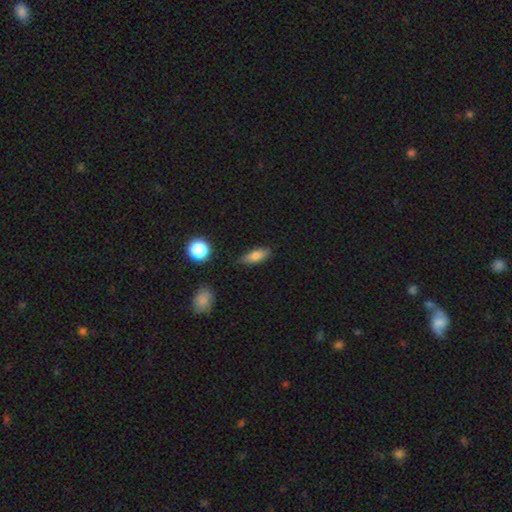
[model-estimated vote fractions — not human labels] This appears to be a smooth galaxy with no disk features (76%) that is in between round and cigar-shaped (72%). Merging: none (82%).